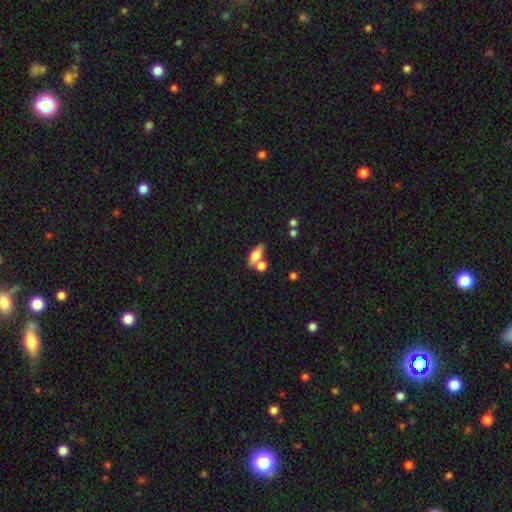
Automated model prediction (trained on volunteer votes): Smooth or featured?
  - smooth: 65% *
  - featured or disk: 27%
  - star or artifact: 8%
How rounded?
  - in between: 71% *
  - cigar-shaped: 22%
  - round: 7%
Merging?
  - none: 50% *
  - merger: 32%
  - minor disturbance: 12%
  - major disturbance: 5%